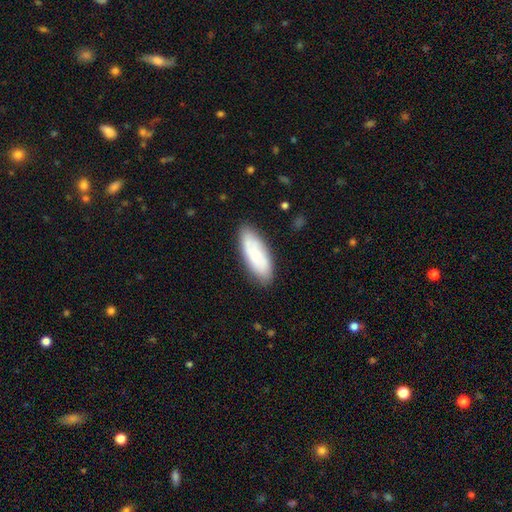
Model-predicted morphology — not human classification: Overall: smooth (61%; featured or disk 32%). How rounded: in between (72%). Merging: none (82%).